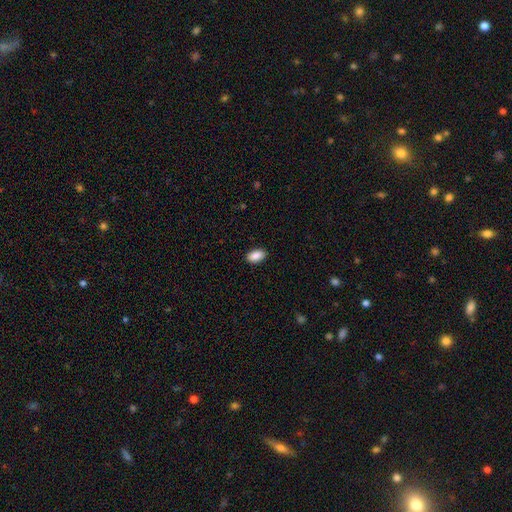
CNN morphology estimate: Smooth or featured: smooth — 90% (star or artifact — 7%)
How rounded: in between — 93% (round — 4%)
Merging: none — 90% (minor disturbance — 8%)